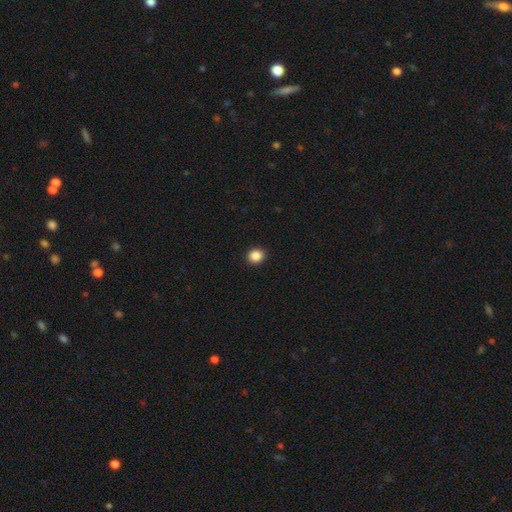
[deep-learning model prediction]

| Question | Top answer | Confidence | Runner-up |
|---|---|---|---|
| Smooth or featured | smooth | 87% | star or artifact (10%) |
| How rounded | round | 75% | in between (24%) |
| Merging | none | 92% | minor disturbance (5%) |